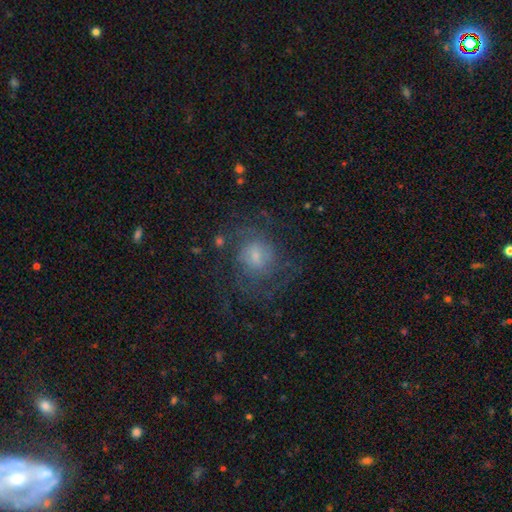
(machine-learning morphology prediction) featured or disk 60%, smooth 29%, star or artifact 12%. Down the decision tree: edge-on disk — no (97%); bar — no (49%); spiral arms — yes (78%); bulge size — small (54%); merging — none (59%).